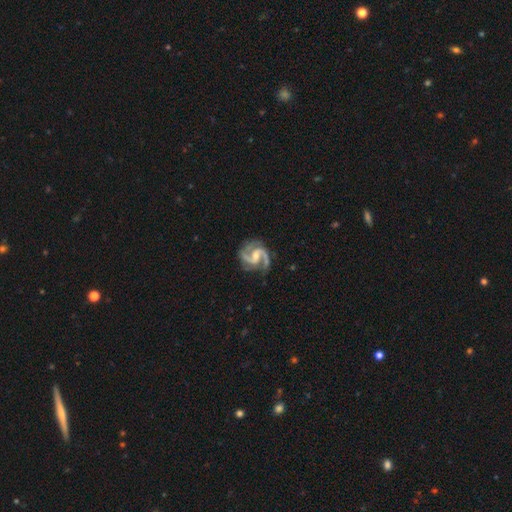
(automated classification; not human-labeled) smooth_or_featured: featured or disk (p=0.93) [alt: star or artifact p=0.04]
disk_edge_on: no (p=0.98) [alt: yes p=0.02]
bar: weak (p=0.47) [alt: no p=0.30]
has_spiral_arms: yes (p=0.99) [alt: no p=0.01]
spiral_winding: medium (p=0.65) [alt: tight p=0.22]
spiral_arm_count: 2 (p=0.89) [alt: 3 p=0.06]
bulge_size: small (p=0.48) [alt: moderate p=0.47]
merging: none (p=0.76) [alt: minor disturbance p=0.17]